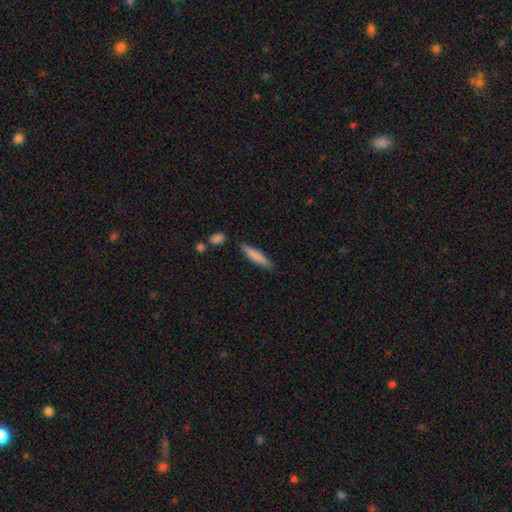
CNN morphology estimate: smooth-or-featured: smooth: 79% | featured or disk: 15% | star or artifact: 6%
  how-rounded: cigar-shaped: 88% | in between: 11% | round: 1%
  merging: none: 84% | minor disturbance: 11% | merger: 3% | major disturbance: 2%